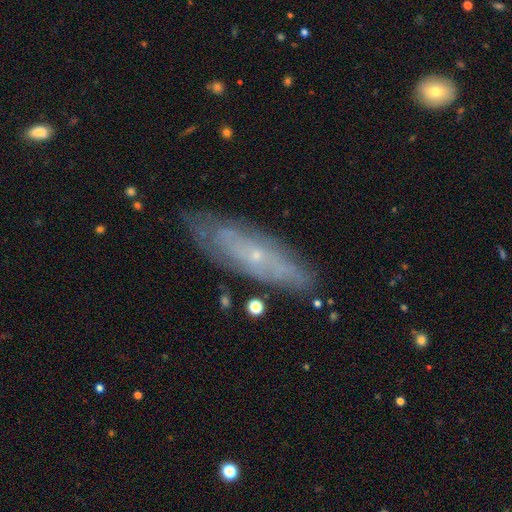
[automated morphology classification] type=featured or disk (69%); edge-on=no (74%); bar=no (80%); spiral arms=yes (73%); bulge=small (84%); merging=none (78%).